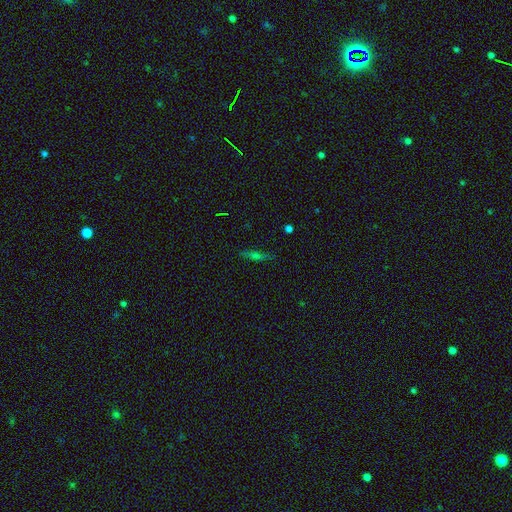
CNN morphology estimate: A featured or disk galaxy (51%) viewed edge-on (91%).

Vote fractions:
- Smooth or featured? featured or disk: 51% / smooth: 33% / star or artifact: 16%
- Edge-on disk? yes: 91% / no: 9%
- Merging? none: 86% / minor disturbance: 10% / major disturbance: 2% / merger: 2%